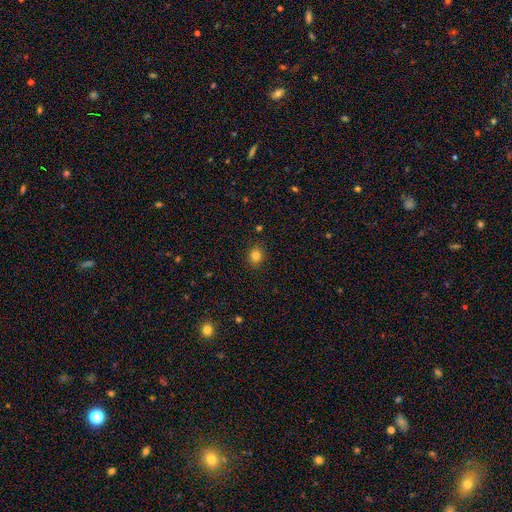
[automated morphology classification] smooth-or-featured: smooth: 82% | star or artifact: 12% | featured or disk: 6%
  how-rounded: round: 64% | in between: 35% | cigar-shaped: 1%
  merging: none: 89% | minor disturbance: 8% | major disturbance: 2% | merger: 1%